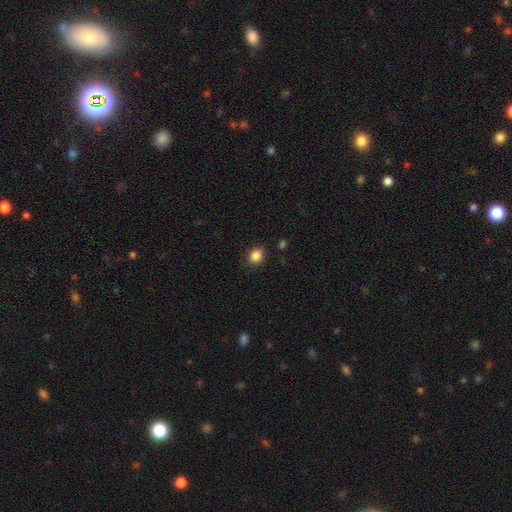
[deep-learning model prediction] The model was most divided on "how rounded": round: 66%, in between: 33%, cigar-shaped: 1%. More confident: merging — none (87%); smooth or featured — smooth (86%).